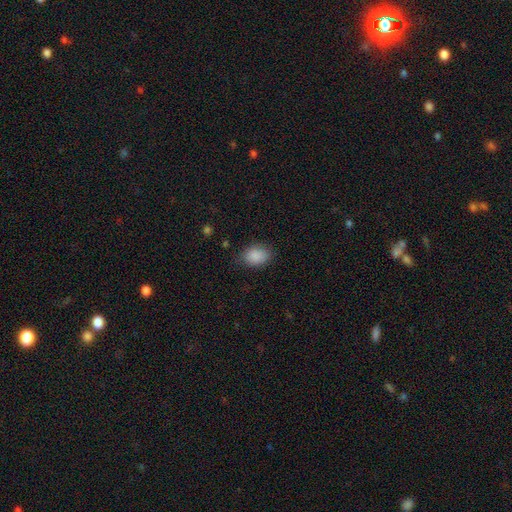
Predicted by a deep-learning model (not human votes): smooth_or_featured: smooth (p=0.88) [alt: star or artifact p=0.08]
how_rounded: in between (p=0.73) [alt: round p=0.26]
merging: none (p=0.78) [alt: minor disturbance p=0.17]